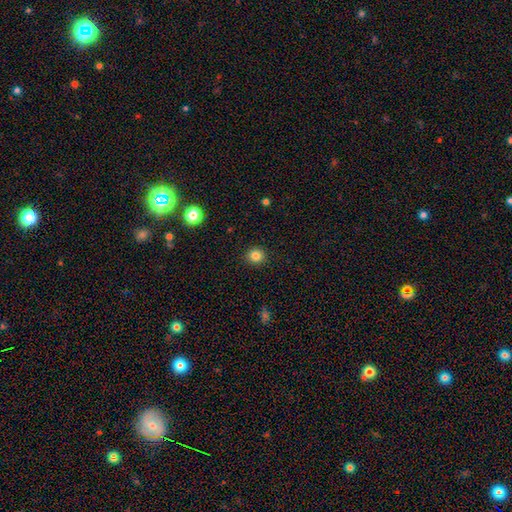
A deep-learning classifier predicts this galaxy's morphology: Overall: smooth (82%). How rounded: round (87%). Merging: none (91%).